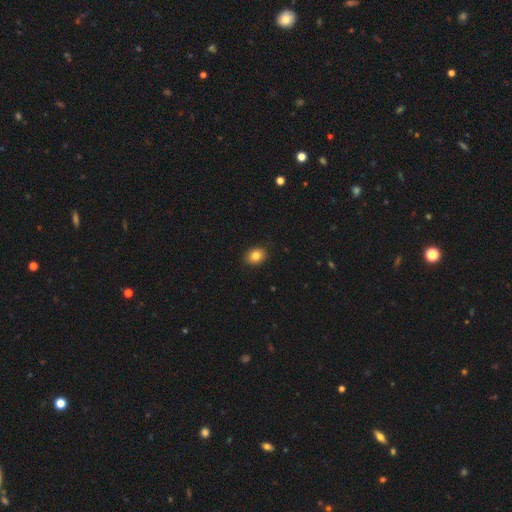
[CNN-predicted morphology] Smooth or featured? smooth (84%)
How rounded? in between (55%)
Merging? none (90%)